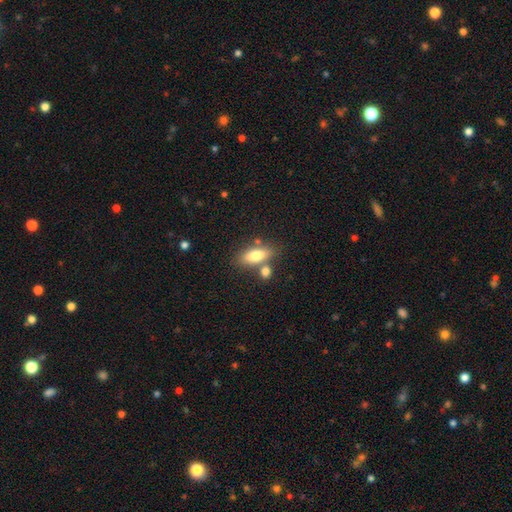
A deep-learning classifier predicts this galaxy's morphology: This appears to be a smooth galaxy with no disk features (74%) that is in between round and cigar-shaped (74%). Merging: none (64%).